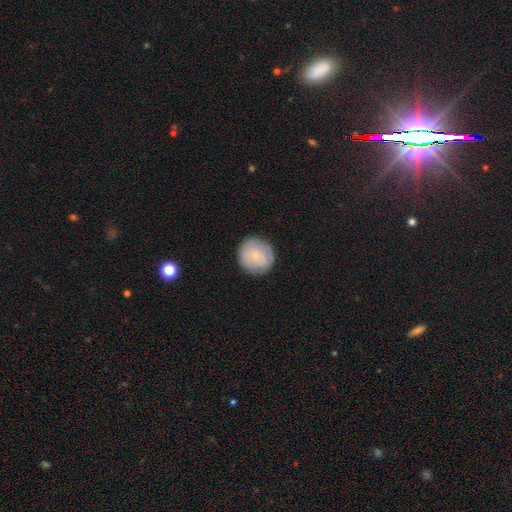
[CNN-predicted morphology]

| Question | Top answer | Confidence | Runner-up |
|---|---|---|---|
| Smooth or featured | smooth | 62% | featured or disk (31%) |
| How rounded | round | 91% | in between (8%) |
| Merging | none | 85% | minor disturbance (11%) |